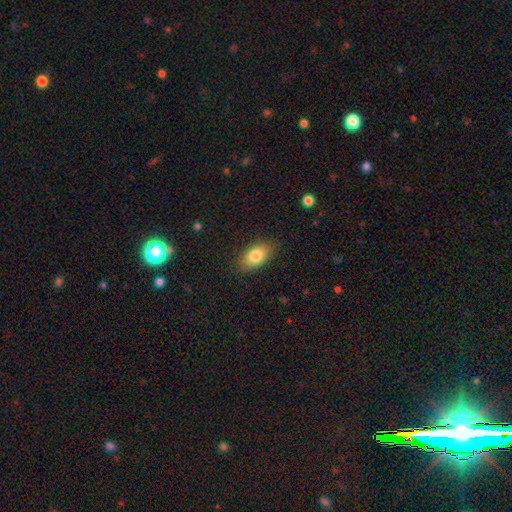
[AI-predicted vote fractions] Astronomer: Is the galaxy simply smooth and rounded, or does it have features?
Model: smooth — 82%.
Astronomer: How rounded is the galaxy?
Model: in between — 90%.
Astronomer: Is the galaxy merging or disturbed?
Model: none — 85%.